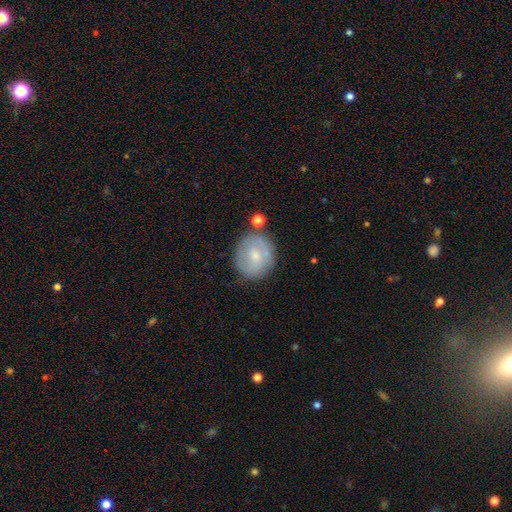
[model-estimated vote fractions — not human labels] Smooth or featured: smooth — 52% (featured or disk — 41%)
How rounded: round — 72% (in between — 27%)
Merging: none — 71% (minor disturbance — 18%)